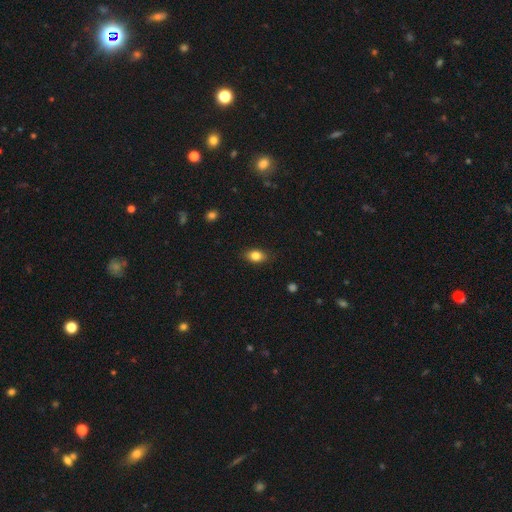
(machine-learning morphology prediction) Smooth or featured: smooth — 83% (star or artifact — 9%)
How rounded: in between — 81% (round — 16%)
Merging: none — 85% (minor disturbance — 12%)